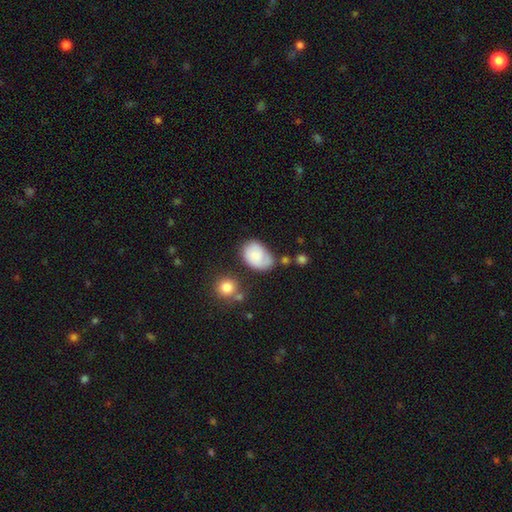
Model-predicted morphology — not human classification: smooth_or_featured: smooth (p=0.71) [alt: featured or disk p=0.22]
how_rounded: in between (p=0.79) [alt: round p=0.20]
merging: none (p=0.44) [alt: minor disturbance p=0.34]